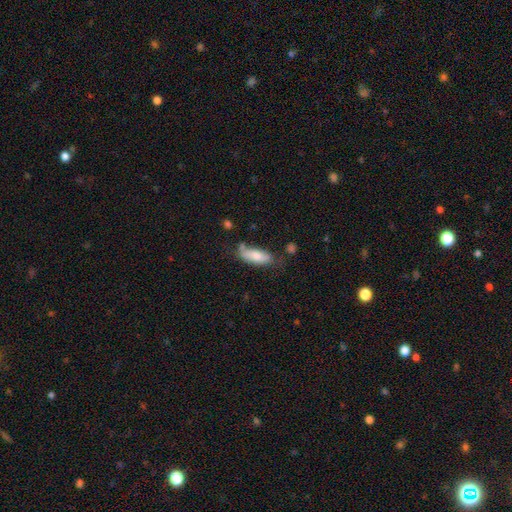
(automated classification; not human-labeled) Q: Smooth or featured?
A: smooth (74%); runner-up: featured or disk (19%)
Q: How rounded?
A: in between (72%); runner-up: cigar-shaped (25%)
Q: Merging?
A: none (50%); runner-up: minor disturbance (31%)